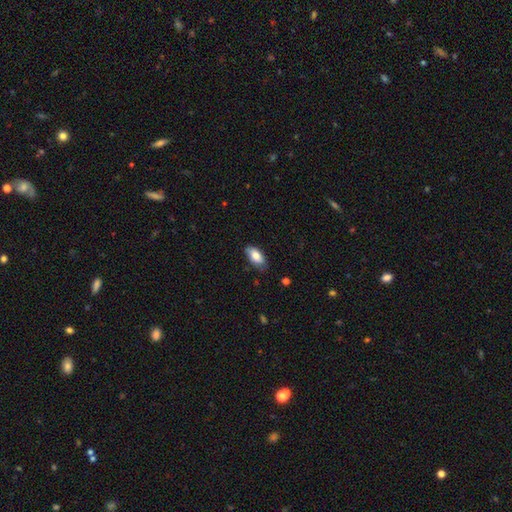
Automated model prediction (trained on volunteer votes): Overall: smooth (79%). How rounded: in between (91%). Merging: none (76%).